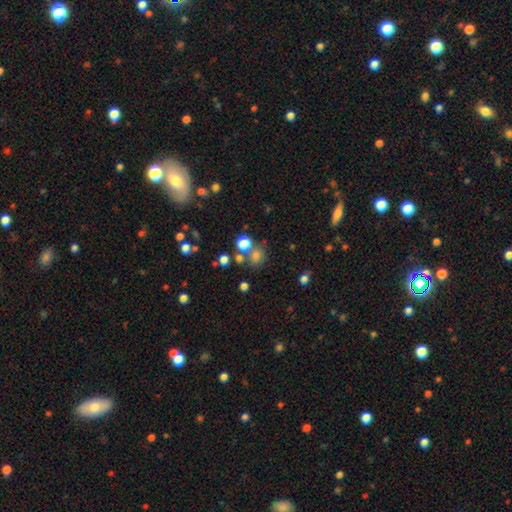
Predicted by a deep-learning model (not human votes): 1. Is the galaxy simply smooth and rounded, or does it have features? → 71% smooth, 20% star or artifact, 8% featured or disk.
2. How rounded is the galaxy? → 77% round, 22% in between, 1% cigar-shaped.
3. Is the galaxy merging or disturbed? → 66% none, 19% merger, 10% minor disturbance, 5% major disturbance.